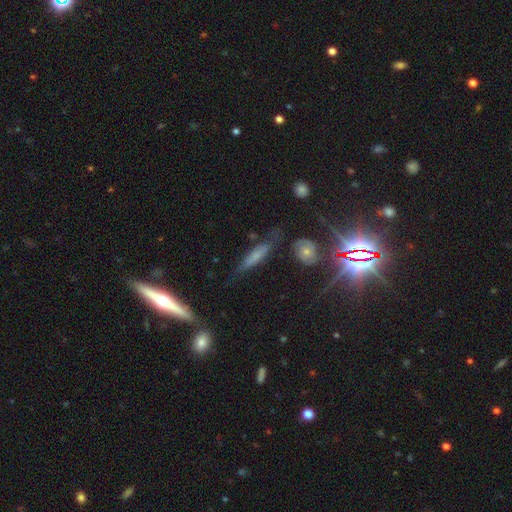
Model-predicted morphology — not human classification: Smooth or featured? Predicted: smooth (p=0.47). Merging? Predicted: none (p=0.65).